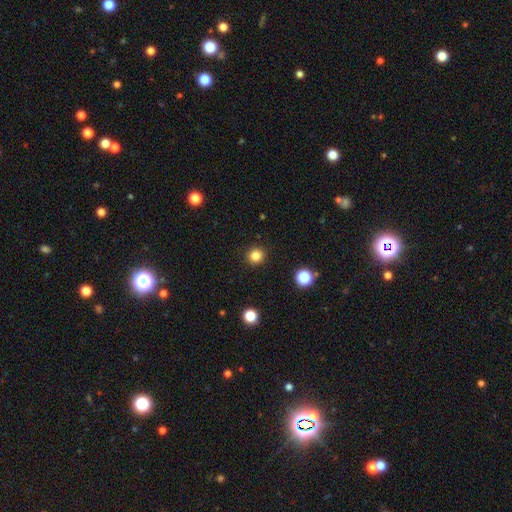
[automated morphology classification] A smooth galaxy with no disk features (83%) that is round (93%).

Vote fractions:
- Smooth or featured? smooth: 83% / star or artifact: 13% / featured or disk: 4%
- How rounded? round: 93% / in between: 6% / cigar-shaped: 1%
- Merging? none: 92% / minor disturbance: 5% / major disturbance: 2% / merger: 1%